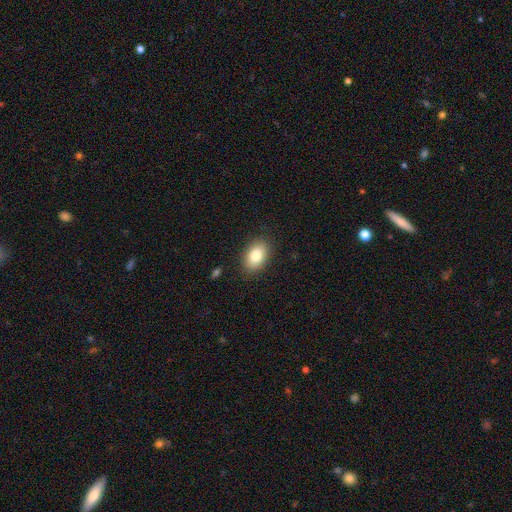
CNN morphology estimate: type=smooth (82%); roundness=in between (87%); merging=none (87%).